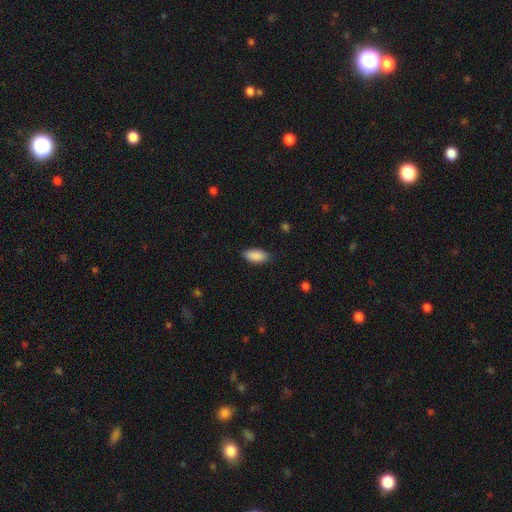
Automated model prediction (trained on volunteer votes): Smooth or featured? Predicted: smooth (p=0.90). How rounded? Predicted: in between (p=0.89). Merging? Predicted: none (p=0.85).